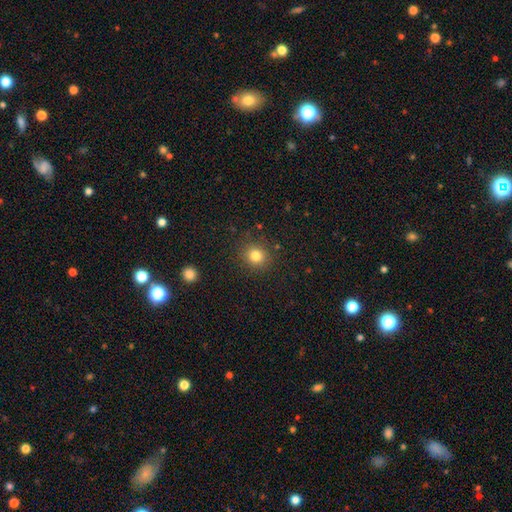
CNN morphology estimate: Q: Smooth or featured?
A: smooth (81%); runner-up: star or artifact (12%)
Q: How rounded?
A: round (86%); runner-up: in between (13%)
Q: Merging?
A: none (88%); runner-up: minor disturbance (8%)